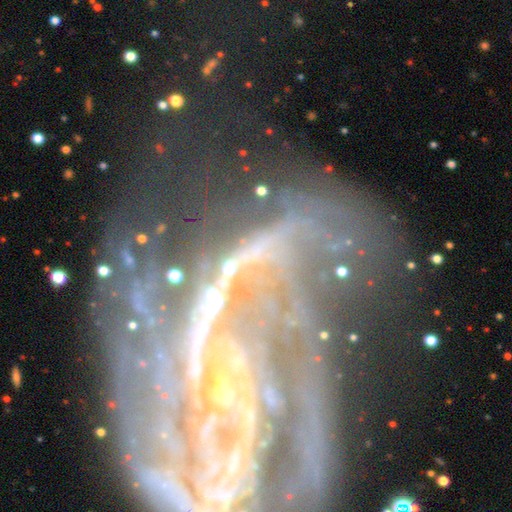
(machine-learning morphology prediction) This appears to be a featured or disk galaxy (63%) with no bar (52%), spiral arms (77%) and a small central bulge (47%). Merging: none (42%).